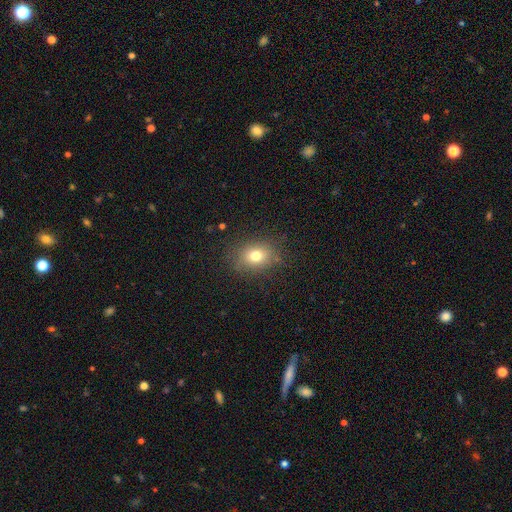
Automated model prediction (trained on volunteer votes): Morphology: type=smooth (75%); roundness=in between (51%); merging=none (82%).